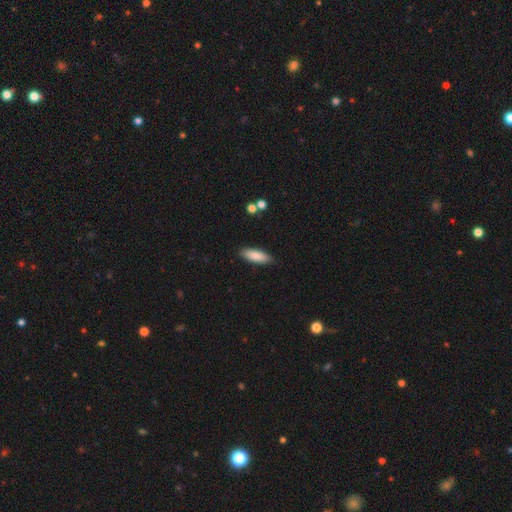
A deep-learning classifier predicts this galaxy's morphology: This appears to be a smooth galaxy with no disk features (86%) that is in between round and cigar-shaped (54%). Merging: none (88%).